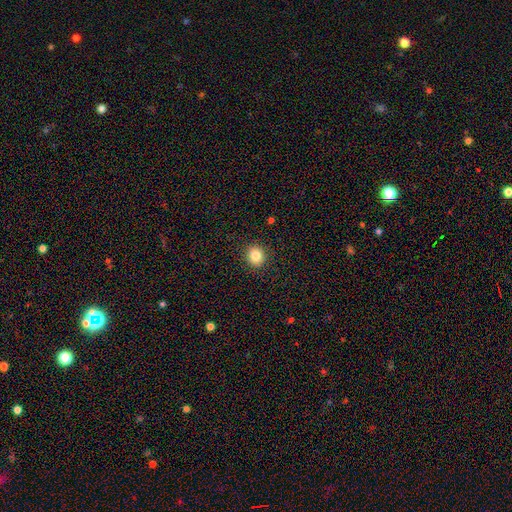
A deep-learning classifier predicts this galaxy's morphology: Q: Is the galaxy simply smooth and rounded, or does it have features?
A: smooth — 83%.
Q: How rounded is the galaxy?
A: round — 84%.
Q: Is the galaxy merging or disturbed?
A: none — 92%.